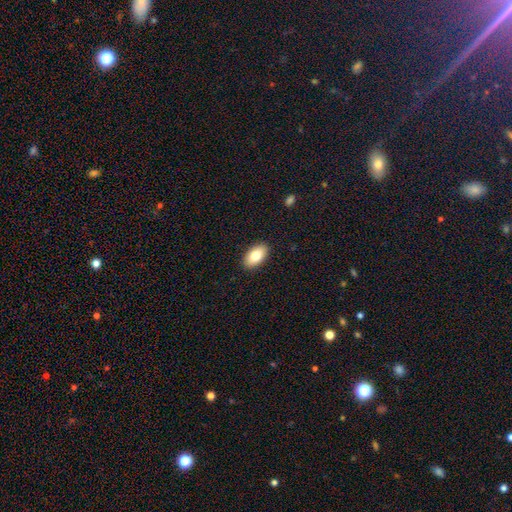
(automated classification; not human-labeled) Q: Smooth or featured?
A: smooth (81%); runner-up: featured or disk (12%)
Q: How rounded?
A: in between (95%); runner-up: round (3%)
Q: Merging?
A: none (90%); runner-up: minor disturbance (7%)